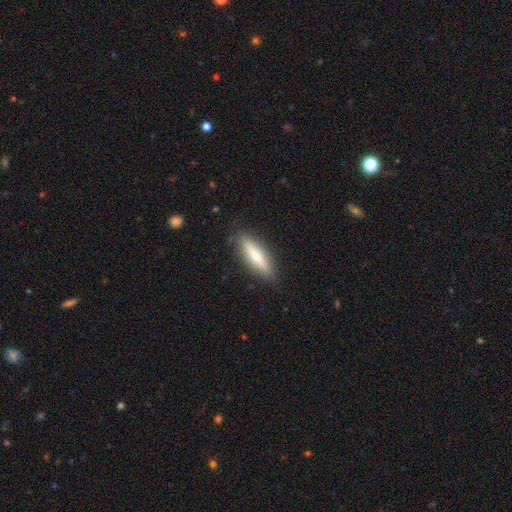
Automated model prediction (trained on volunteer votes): This appears to be a smooth galaxy with no disk features (64%) that is cigar-shaped (70%). Merging: none (87%).